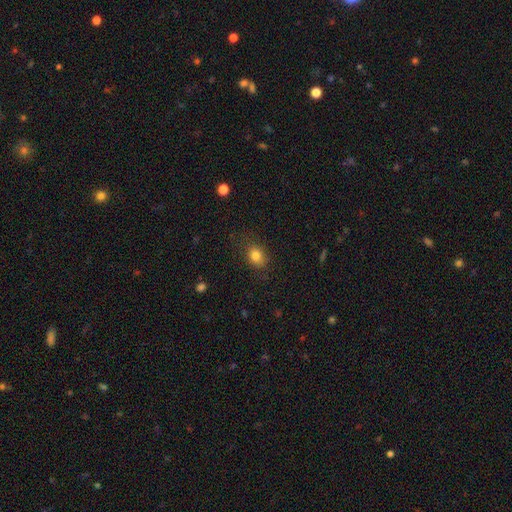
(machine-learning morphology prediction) Smooth or featured? smooth (82%)
How rounded? in between (52%)
Merging? none (76%)